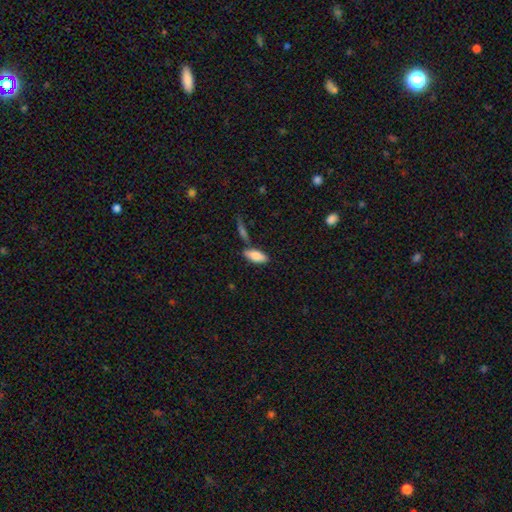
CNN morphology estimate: The model was most divided on "merging": none: 71%, minor disturbance: 13%, merger: 13%, major disturbance: 3%. More confident: how rounded — in between (82%); smooth or featured — smooth (80%).